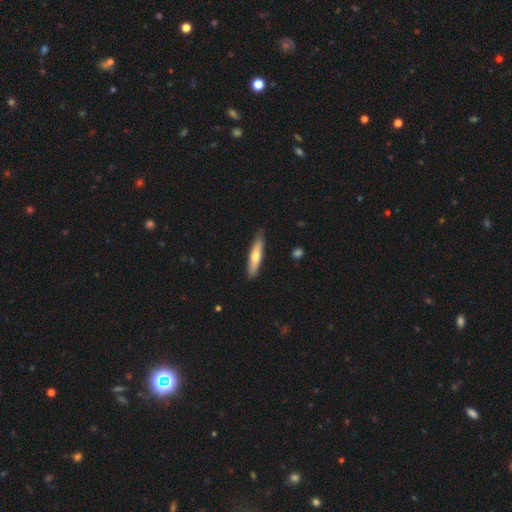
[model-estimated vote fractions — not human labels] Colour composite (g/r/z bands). It shows a smooth galaxy with no disk features (56%) that is cigar-shaped (83%). Merging: none (84%).